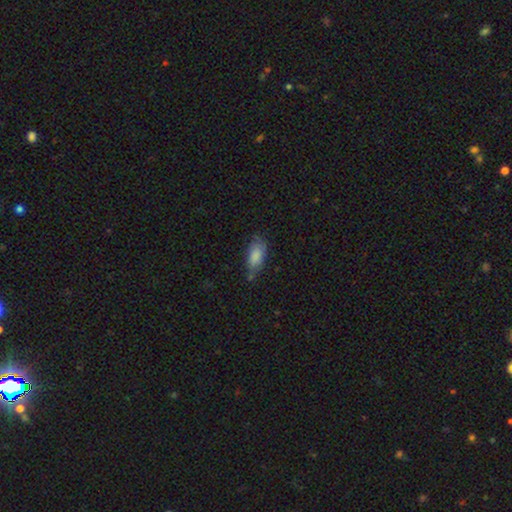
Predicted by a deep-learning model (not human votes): Smooth or featured?
  - smooth: 82% *
  - featured or disk: 11%
  - star or artifact: 7%
How rounded?
  - in between: 87% *
  - cigar-shaped: 11%
  - round: 3%
Merging?
  - none: 52% *
  - minor disturbance: 34%
  - major disturbance: 9%
  - merger: 5%